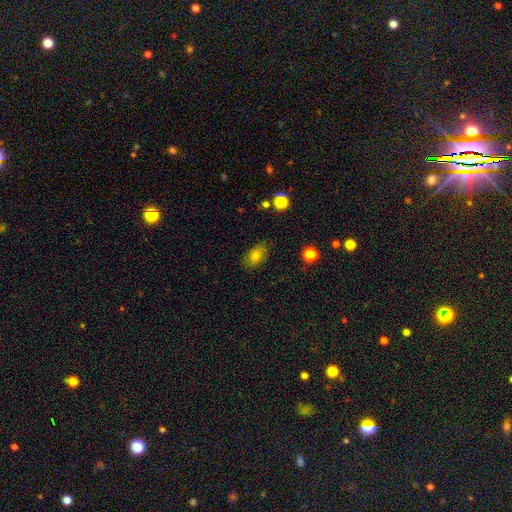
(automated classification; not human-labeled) smooth-or-featured: smooth: 79% | star or artifact: 12% | featured or disk: 10%
  how-rounded: in between: 86% | round: 12% | cigar-shaped: 2%
  merging: none: 82% | minor disturbance: 13% | major disturbance: 3% | merger: 1%